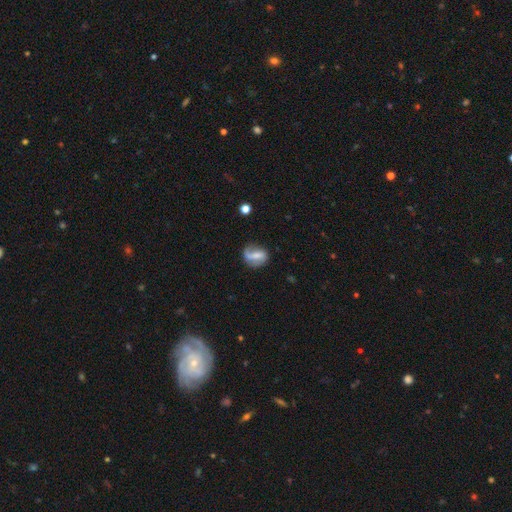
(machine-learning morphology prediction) This is possibly a featured or disk galaxy (57%). It is clearly not viewed edge-on (96%). Bar: marginally weak (40%). Spiral arm pattern: likely yes (79%). Central bulge: marginally small (37%). Merging: possibly none (55%).